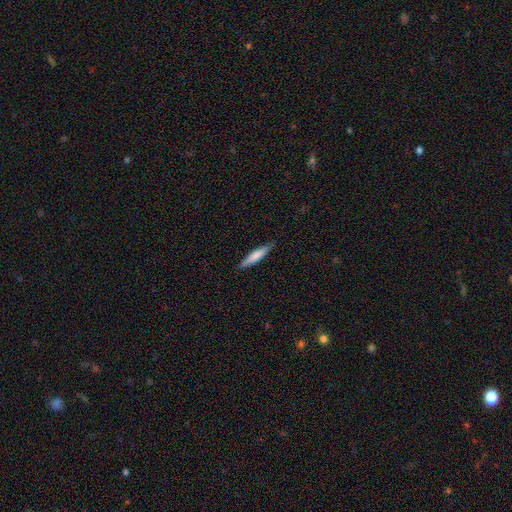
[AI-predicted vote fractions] This appears to be a smooth galaxy with no disk features (72%) that is cigar-shaped (87%). Merging: none (87%).